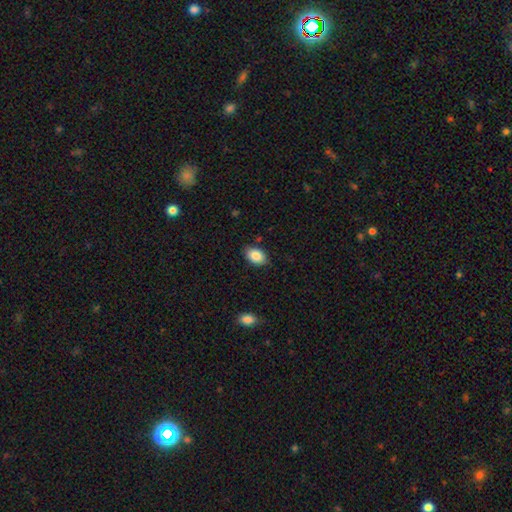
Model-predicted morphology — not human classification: This is clearly a smooth galaxy (87%). How rounded: clearly in between (87%). Merging: clearly none (85%).